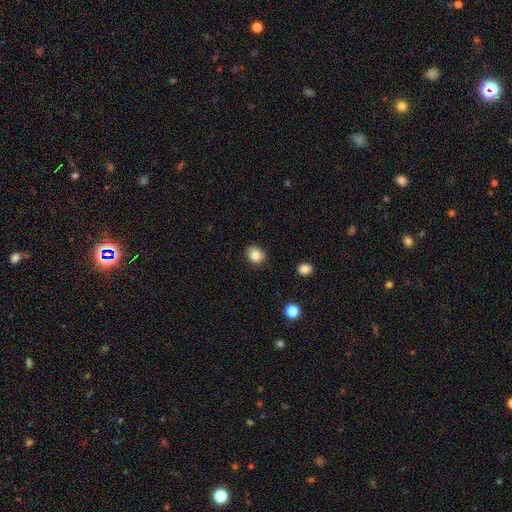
Volunteers were most divided on "how rounded": in between: 69%, round: 31%, cigar-shaped: 0%. More confident: smooth or featured — smooth (86%); merging — none (83%).